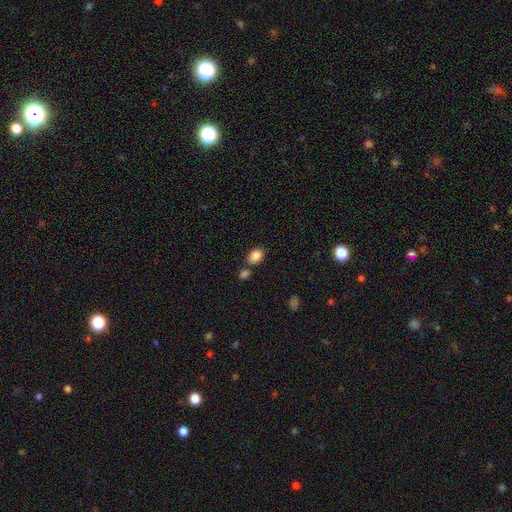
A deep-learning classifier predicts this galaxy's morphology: This appears to be a smooth galaxy with no disk features (87%) that is in between round and cigar-shaped (78%). Merging: none (63%).